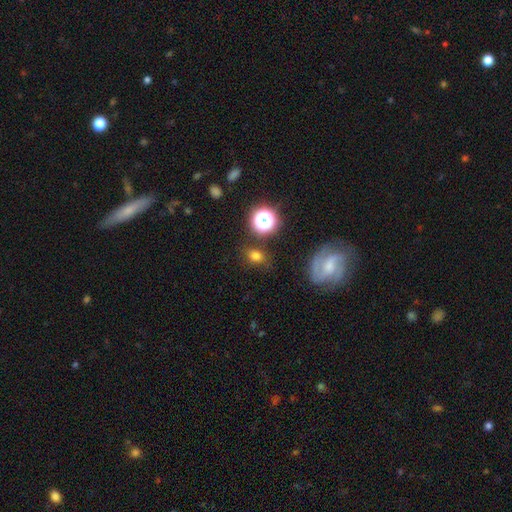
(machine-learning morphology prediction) smooth_or_featured: smooth (p=0.73) [alt: star or artifact p=0.19]
how_rounded: round (p=0.49) [tied with: in between p=0.49]
merging: none (p=0.78) [alt: minor disturbance p=0.13]